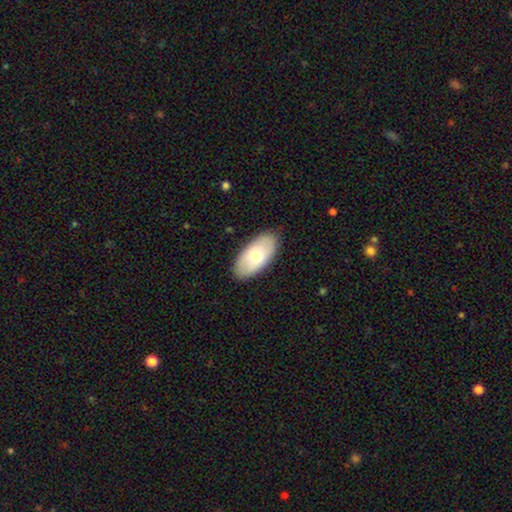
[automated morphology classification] type=smooth (68%); roundness=in between (94%); merging=none (87%).